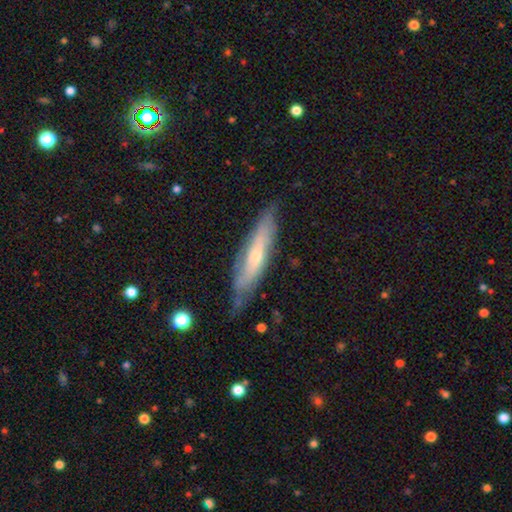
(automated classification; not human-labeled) This appears to be a featured or disk galaxy (56%) viewed edge-on (59%). Merging: none (68%).